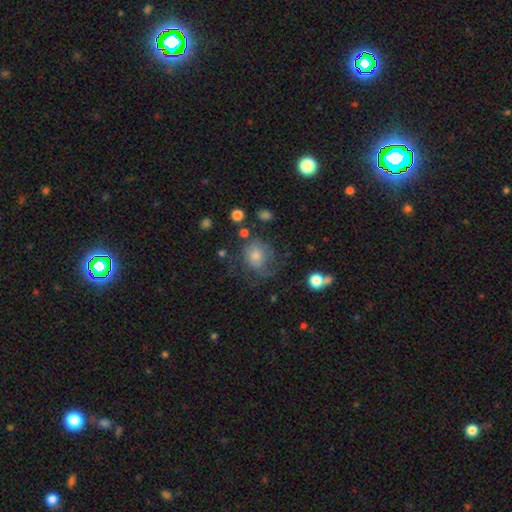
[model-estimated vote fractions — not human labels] A smooth galaxy with no disk features (57%) that is round (67%). Merging: none (50%).